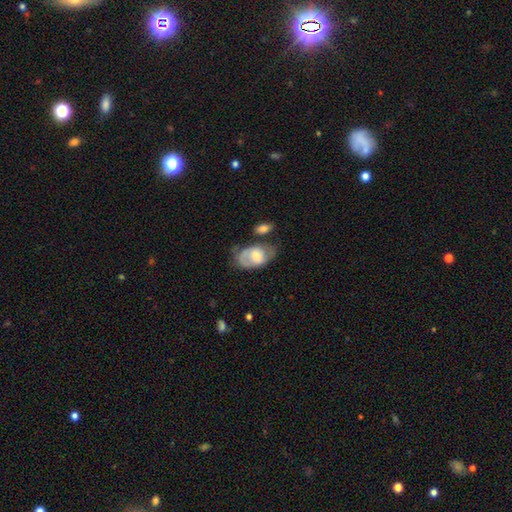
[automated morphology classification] Smooth or featured?
  - smooth: 48% *
  - featured or disk: 46%
  - star or artifact: 6%
Merging?
  - none: 42% *
  - minor disturbance: 27%
  - major disturbance: 17%
  - merger: 14%